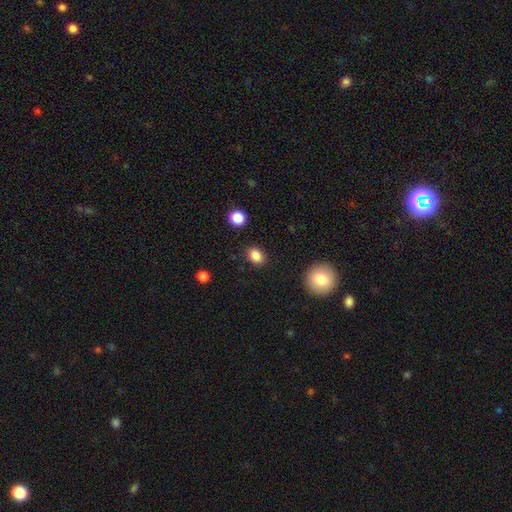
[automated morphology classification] Q: Smooth or featured?
A: smooth (86%); runner-up: star or artifact (10%)
Q: How rounded?
A: in between (68%); runner-up: round (31%)
Q: Merging?
A: none (87%); runner-up: minor disturbance (9%)